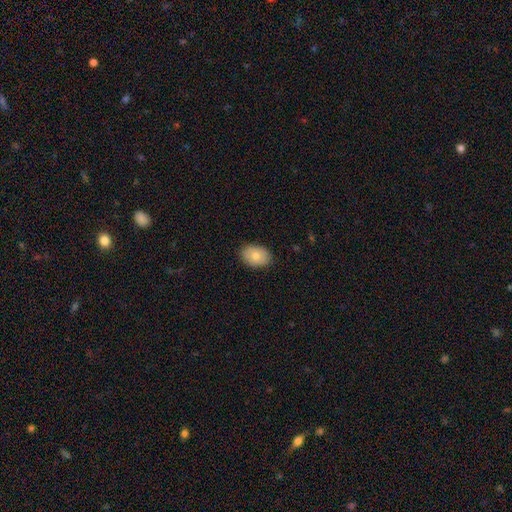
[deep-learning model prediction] This is likely a smooth galaxy (75%). How rounded: likely in between (77%). Merging: clearly none (85%).